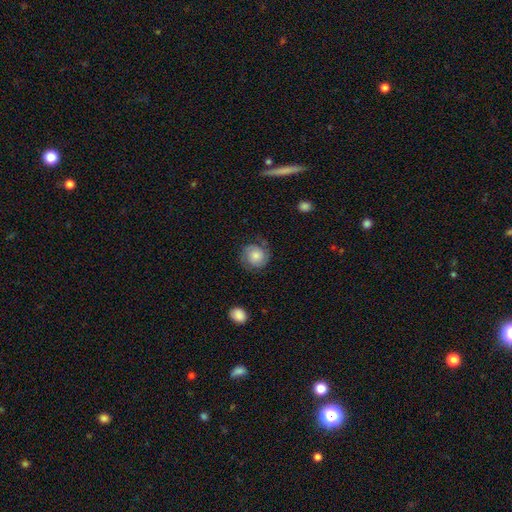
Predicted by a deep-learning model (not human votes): The model was most divided on "smooth or featured": smooth: 54%, featured or disk: 37%, star or artifact: 9%. More confident: how rounded — round (88%); merging — none (72%).